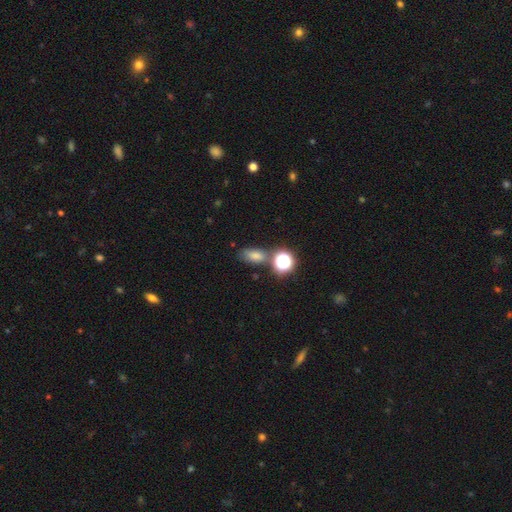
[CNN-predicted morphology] Q: Smooth or featured?
A: smooth (71%); runner-up: star or artifact (20%)
Q: How rounded?
A: in between (77%); runner-up: round (18%)
Q: Merging?
A: none (62%); runner-up: minor disturbance (17%)